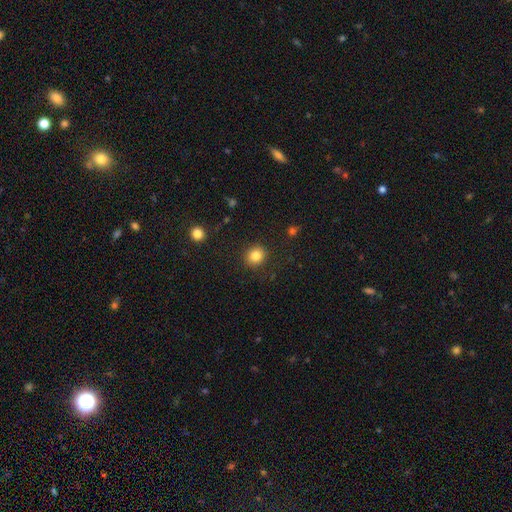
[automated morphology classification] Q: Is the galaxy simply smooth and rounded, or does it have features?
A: smooth — 84%.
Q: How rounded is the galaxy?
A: round — 84%.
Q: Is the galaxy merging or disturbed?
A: none — 89%.